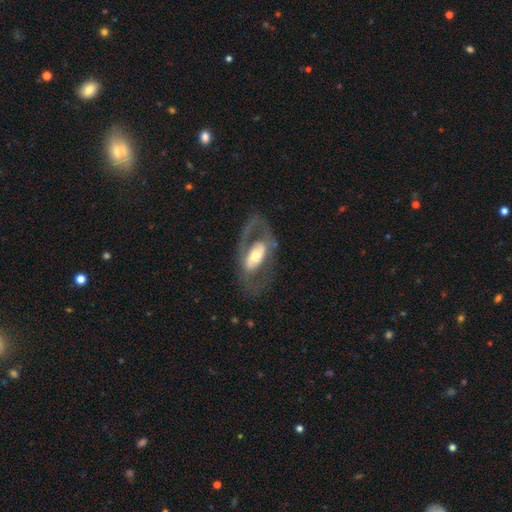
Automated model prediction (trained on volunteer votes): smooth_or_featured: featured or disk (p=0.71) [alt: smooth p=0.24]
disk_edge_on: no (p=0.90) [alt: yes p=0.10]
bar: no (p=0.45) [alt: strong p=0.28]
has_spiral_arms: yes (p=0.54) [alt: no p=0.46]
bulge_size: moderate (p=0.62) [alt: large p=0.20]
merging: none (p=0.60) [alt: major disturbance p=0.22]